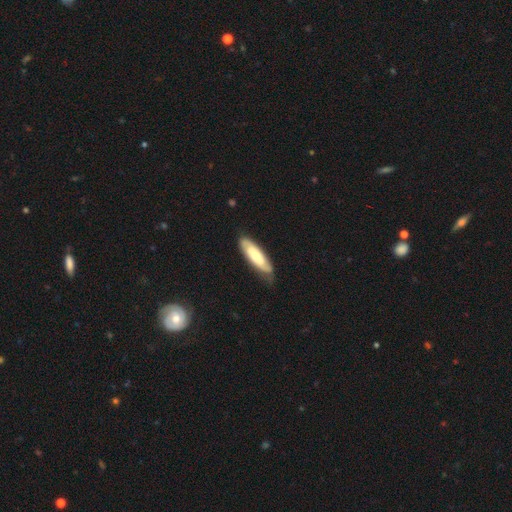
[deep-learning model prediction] Overall: smooth (48%; featured or disk 47%). Merging: none (74%).